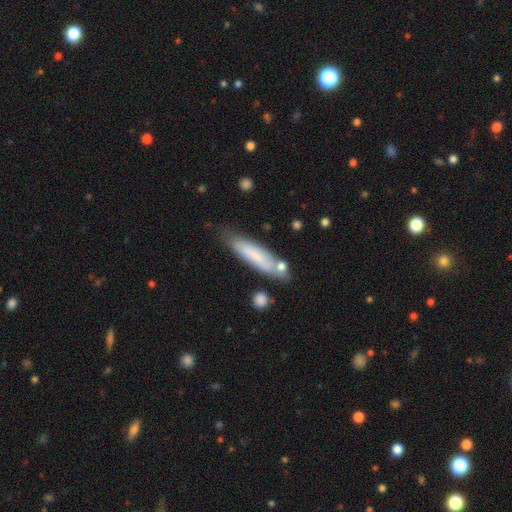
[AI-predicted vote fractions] This appears to be a smooth galaxy with no disk features (71%) that is cigar-shaped (77%). Merging: none (64%).